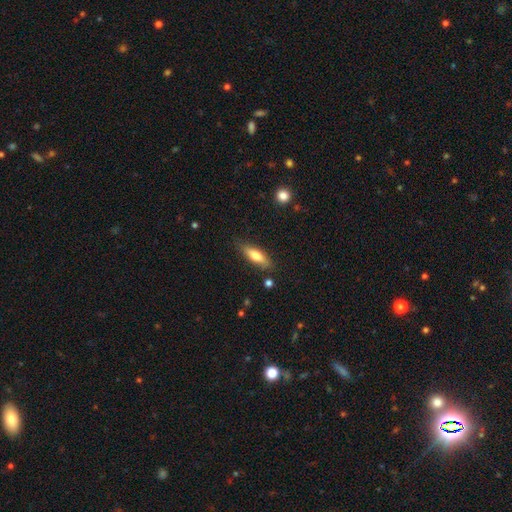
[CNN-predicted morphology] Overall: smooth (68%). How rounded: in between (52%; cigar-shaped 46%). Merging: none (80%).